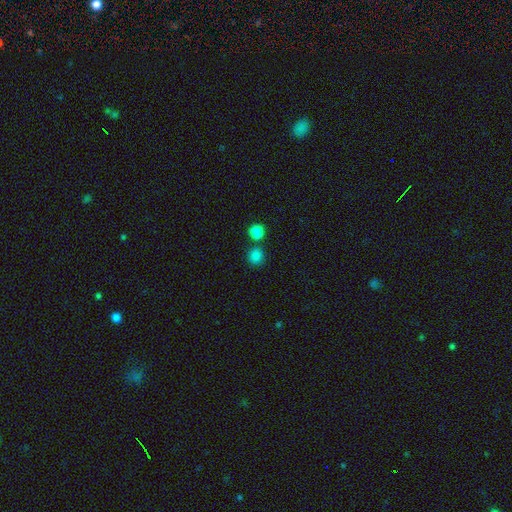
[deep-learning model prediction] A smooth galaxy with no disk features (83%) that is round (89%). Merging: none (75%).